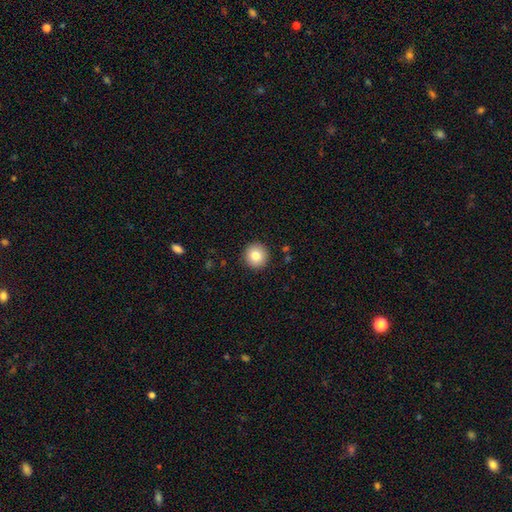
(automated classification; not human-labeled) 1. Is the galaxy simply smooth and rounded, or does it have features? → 81% smooth, 10% star or artifact, 9% featured or disk.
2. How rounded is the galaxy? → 95% round, 4% in between, 1% cigar-shaped.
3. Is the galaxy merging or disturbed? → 92% none, 5% minor disturbance, 2% major disturbance, 1% merger.